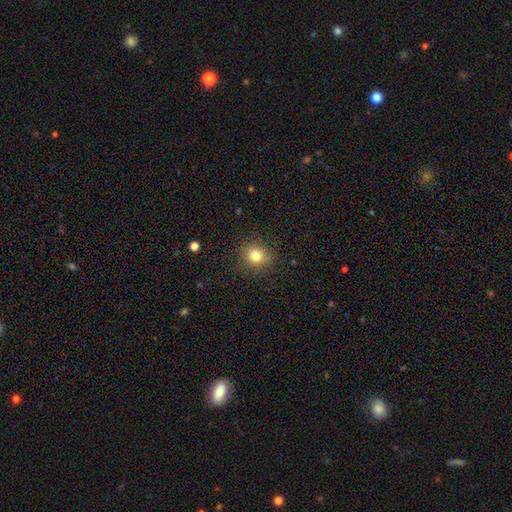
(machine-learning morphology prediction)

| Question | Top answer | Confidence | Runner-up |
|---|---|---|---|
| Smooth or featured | smooth | 81% | star or artifact (13%) |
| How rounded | round | 84% | in between (15%) |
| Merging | none | 89% | minor disturbance (8%) |